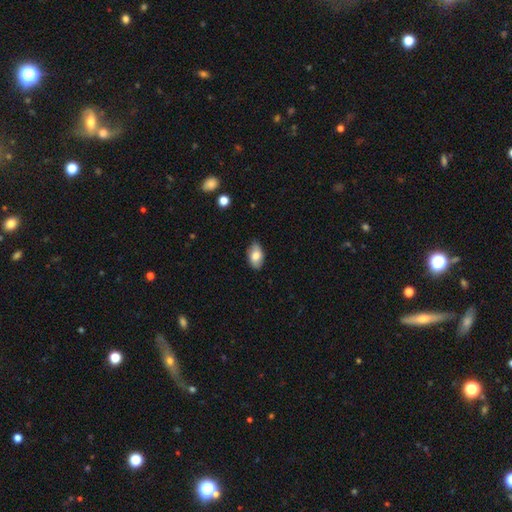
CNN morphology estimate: smooth_or_featured: smooth (p=0.79) [alt: featured or disk p=0.14]
how_rounded: in between (p=0.93) [alt: round p=0.06]
merging: none (p=0.81) [alt: minor disturbance p=0.16]